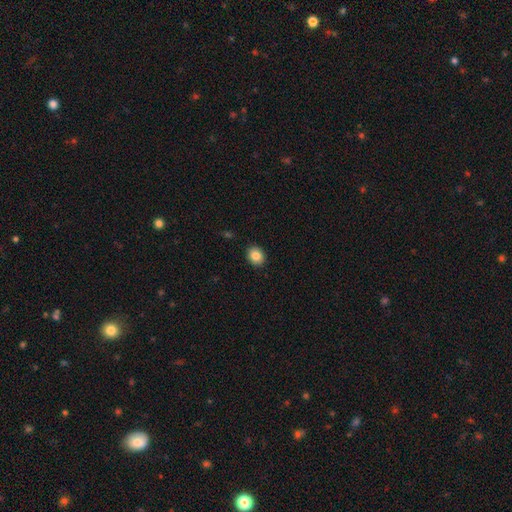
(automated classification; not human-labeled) Overall: smooth (85%). How rounded: round (62%; in between 37%). Merging: none (91%).